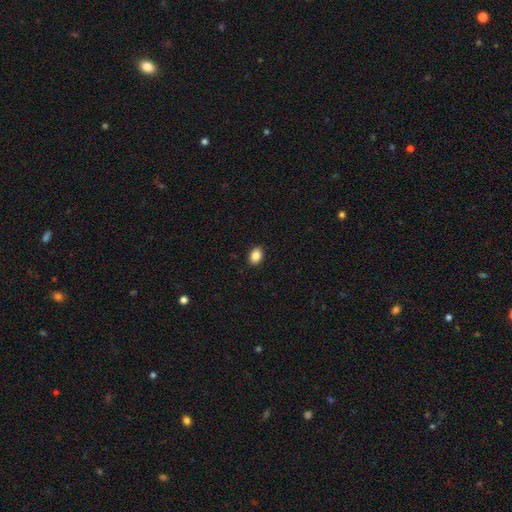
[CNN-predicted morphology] type=smooth (87%); roundness=in between (72%); merging=none (90%).